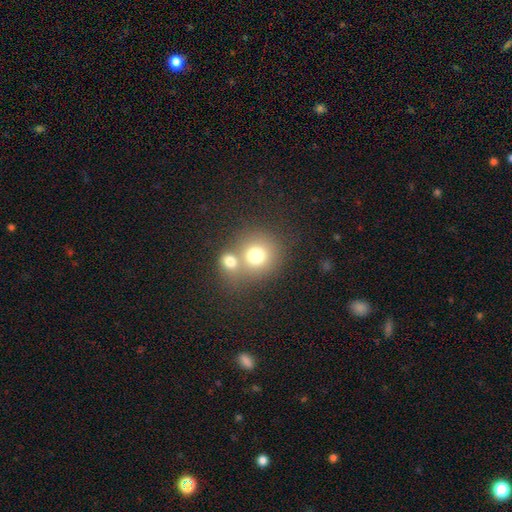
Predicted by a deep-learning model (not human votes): smooth_or_featured: smooth (p=0.73) [alt: featured or disk p=0.15]
how_rounded: round (p=0.86) [alt: in between p=0.13]
merging: none (p=0.45) [alt: merger p=0.44]